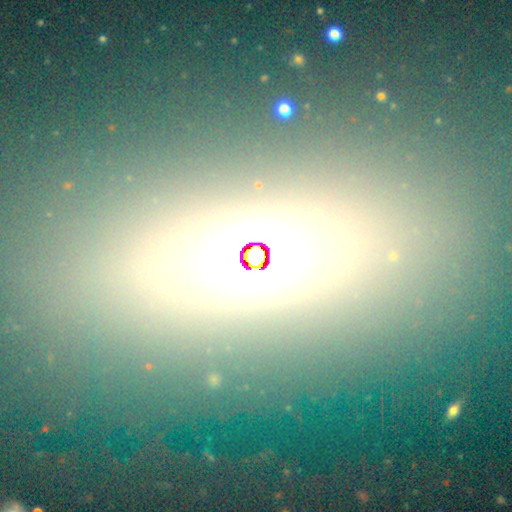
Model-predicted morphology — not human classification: A smooth galaxy with no disk features (42%). Merging: none (83%).